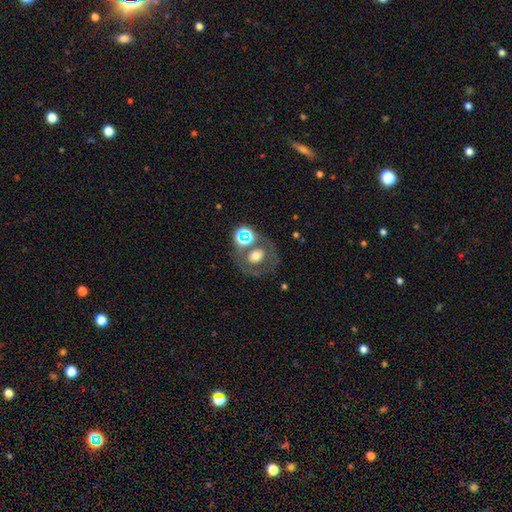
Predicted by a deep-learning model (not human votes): A smooth galaxy with no disk features (46%).

Vote fractions:
- Smooth or featured? smooth: 46% / featured or disk: 39% / star or artifact: 15%
- Merging? none: 56% / merger: 20% / minor disturbance: 13% / major disturbance: 11%